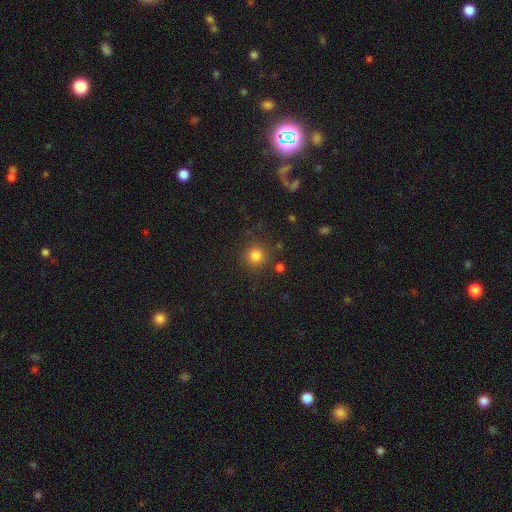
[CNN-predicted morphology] Smooth or featured? Predicted: smooth (p=0.82). How rounded? Predicted: round (p=0.94). Merging? Predicted: none (p=0.86).